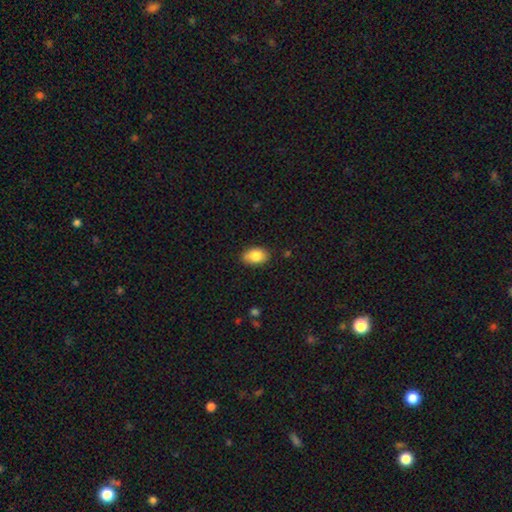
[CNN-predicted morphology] Smooth or featured? Predicted: smooth (p=0.85). How rounded? Predicted: in between (p=0.87). Merging? Predicted: none (p=0.84).